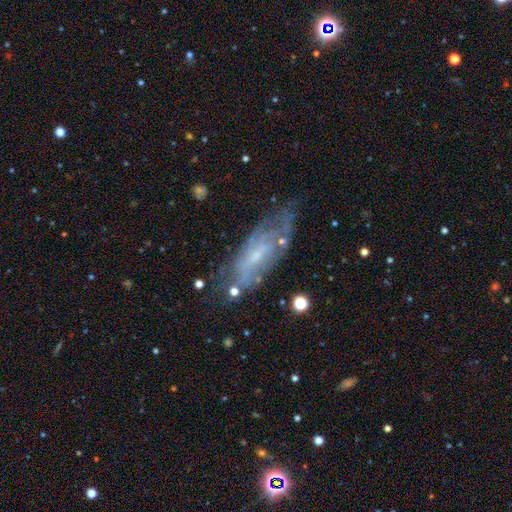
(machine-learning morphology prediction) smooth_or_featured: featured or disk (p=0.65) [alt: smooth p=0.26]
disk_edge_on: no (p=0.79) [alt: yes p=0.21]
bar: no (p=0.51) [alt: weak p=0.40]
has_spiral_arms: yes (p=0.61) [alt: no p=0.39]
bulge_size: small (p=0.57) [alt: moderate p=0.26]
merging: none (p=0.55) [alt: minor disturbance p=0.26]